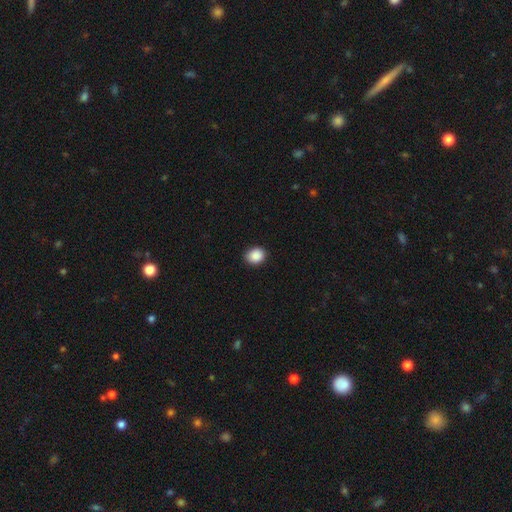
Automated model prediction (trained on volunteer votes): Q: Smooth or featured?
A: smooth (89%); runner-up: star or artifact (8%)
Q: How rounded?
A: round (63%); runner-up: in between (36%)
Q: Merging?
A: none (89%); runner-up: minor disturbance (8%)